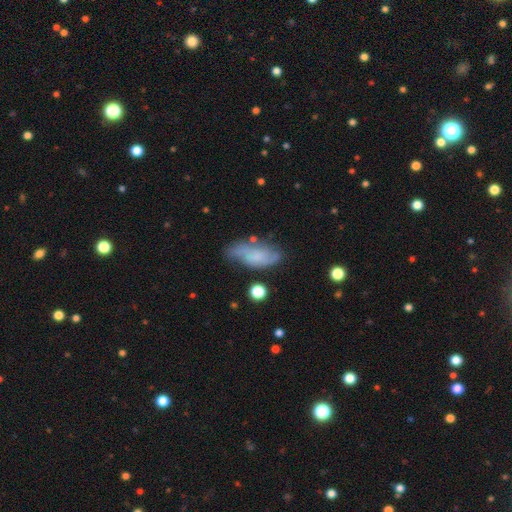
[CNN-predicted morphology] The model was most divided on "smooth or featured" (2-way tie): smooth: 46%, featured or disk: 46%, star or artifact: 9%. More confident: merging — none (60%).